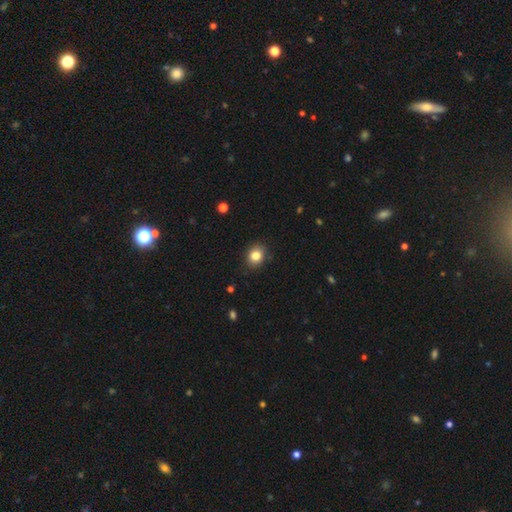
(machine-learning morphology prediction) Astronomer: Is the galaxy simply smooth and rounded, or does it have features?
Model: smooth — 83%.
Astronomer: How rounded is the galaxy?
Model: round — 59% (runner-up: in between, 40%).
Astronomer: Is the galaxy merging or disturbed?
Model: none — 86%.